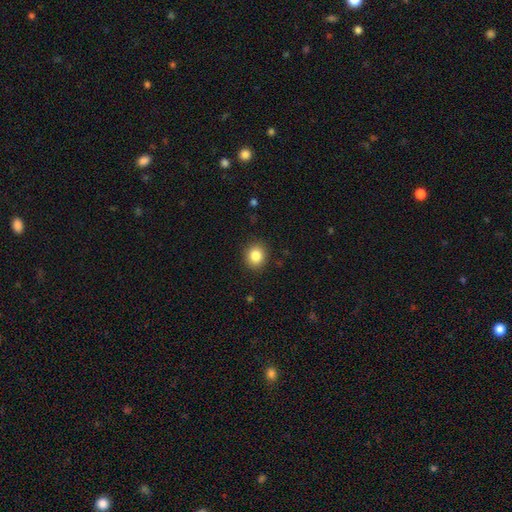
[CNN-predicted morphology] Q: Smooth or featured?
A: smooth (85%); runner-up: star or artifact (10%)
Q: How rounded?
A: round (78%); runner-up: in between (21%)
Q: Merging?
A: none (90%); runner-up: minor disturbance (7%)